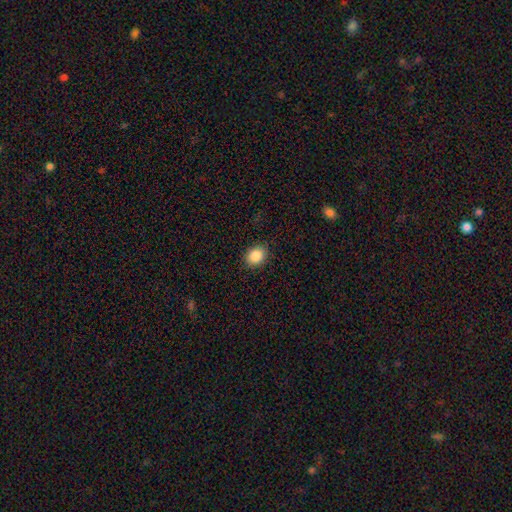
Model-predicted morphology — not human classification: Q: Smooth or featured?
A: smooth (88%); runner-up: star or artifact (9%)
Q: How rounded?
A: in between (50%); runner-up: round (49%)
Q: Merging?
A: none (88%); runner-up: minor disturbance (9%)